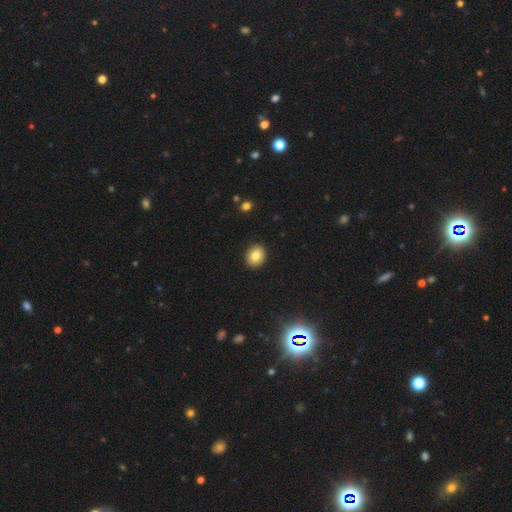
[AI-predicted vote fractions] The model was most divided on "how rounded": round: 65%, in between: 34%, cigar-shaped: 1%. More confident: merging — none (91%); smooth or featured — smooth (82%).